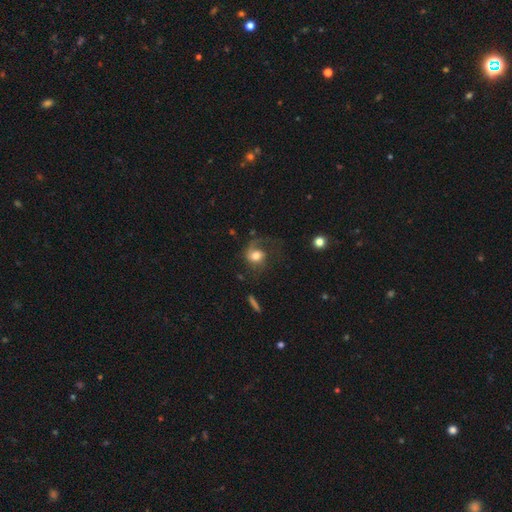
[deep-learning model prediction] The model was most divided on "merging": none: 43%, major disturbance: 37%, minor disturbance: 17%, merger: 3%. Remaining: edge-on disk — no (97%); spiral arms — yes (89%); bar — no (61%); smooth or featured — featured or disk (58%); spiral arm count — 1 (56%); spiral winding — loose (49%); bulge size — moderate (46%).